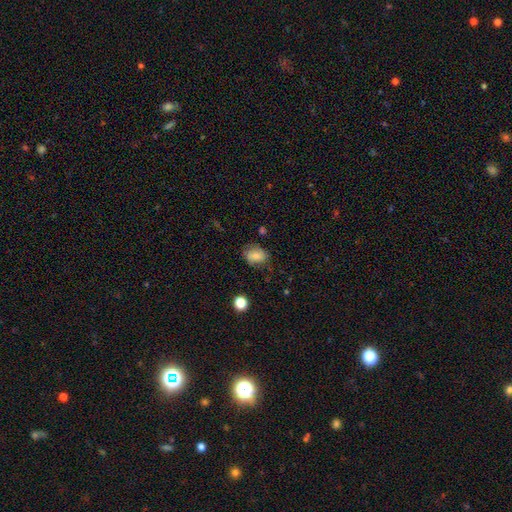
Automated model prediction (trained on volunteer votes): Smooth or featured? smooth (77%)
How rounded? in between (69%)
Merging? none (67%)